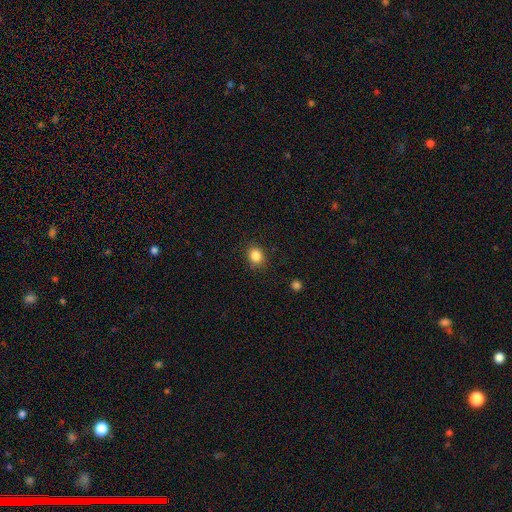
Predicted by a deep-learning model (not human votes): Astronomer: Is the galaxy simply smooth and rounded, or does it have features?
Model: smooth — 85%.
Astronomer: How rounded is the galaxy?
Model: round — 65%.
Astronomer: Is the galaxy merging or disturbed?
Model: none — 86%.